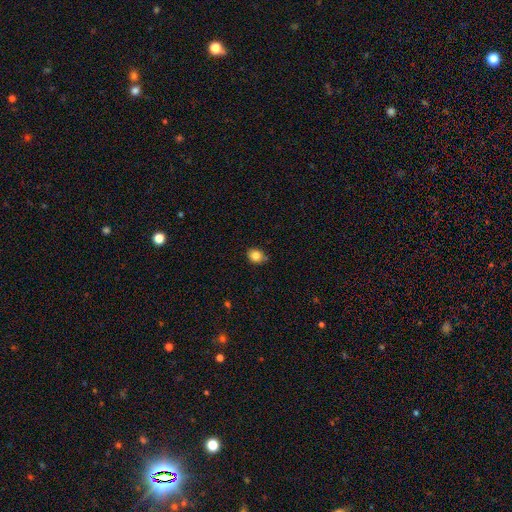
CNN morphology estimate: Smooth or featured: smooth — 83% (star or artifact — 10%)
How rounded: round — 64% (in between — 35%)
Merging: none — 77% (minor disturbance — 17%)